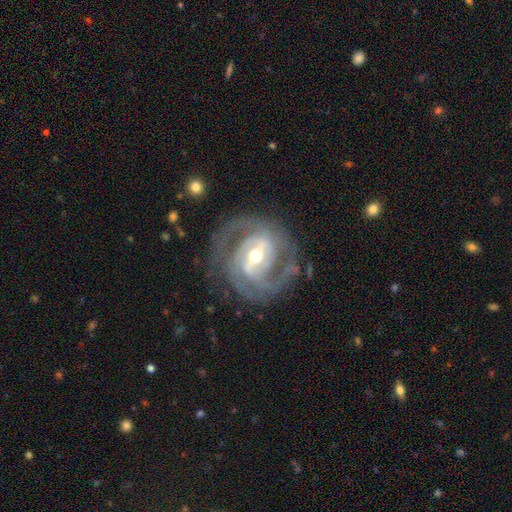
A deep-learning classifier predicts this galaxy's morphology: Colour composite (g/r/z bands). It shows a featured or disk galaxy (92%) with a strong bar (54%), 2 (61%) tight (48%) spiral arms (97%) and a moderate central bulge (57%). Merging: none (78%).